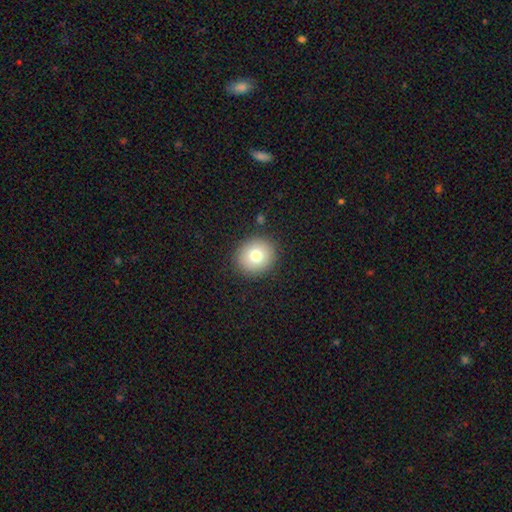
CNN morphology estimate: The model was most divided on "smooth or featured": smooth: 76%, featured or disk: 13%, star or artifact: 11%. More confident: merging — none (89%); how rounded — round (86%).